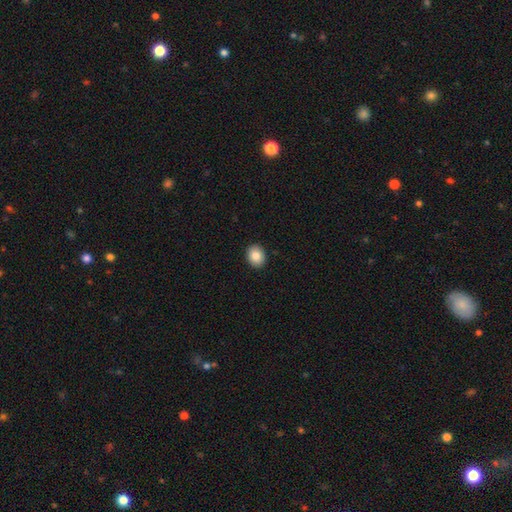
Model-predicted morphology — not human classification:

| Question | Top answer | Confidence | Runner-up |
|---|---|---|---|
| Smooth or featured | smooth | 86% | star or artifact (8%) |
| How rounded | round | 54% | in between (45%) |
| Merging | none | 92% | minor disturbance (5%) |